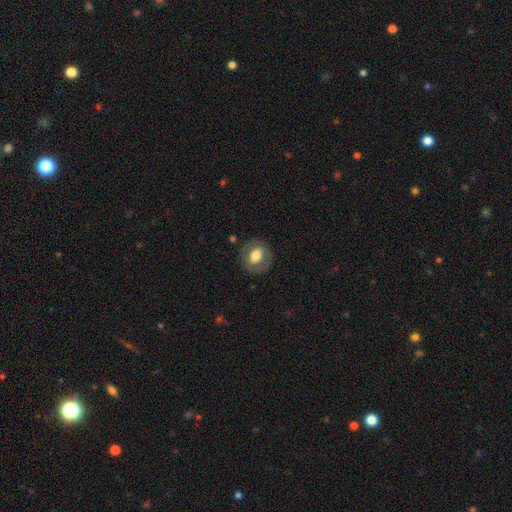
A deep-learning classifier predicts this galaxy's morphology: Smooth or featured?
  - smooth: 62% *
  - featured or disk: 31%
  - star or artifact: 7%
How rounded?
  - round: 67% *
  - in between: 32%
  - cigar-shaped: 1%
Merging?
  - none: 82% *
  - minor disturbance: 11%
  - major disturbance: 5%
  - merger: 1%